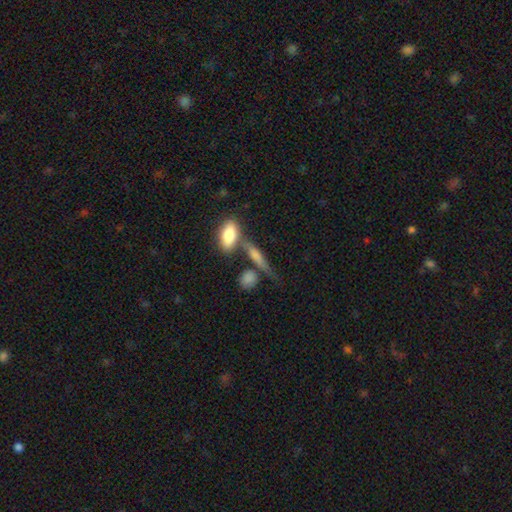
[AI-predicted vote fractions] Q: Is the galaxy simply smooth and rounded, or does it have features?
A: smooth — 63%.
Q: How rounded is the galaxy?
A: cigar-shaped — 53%.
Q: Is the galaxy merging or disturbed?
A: none — 48%.